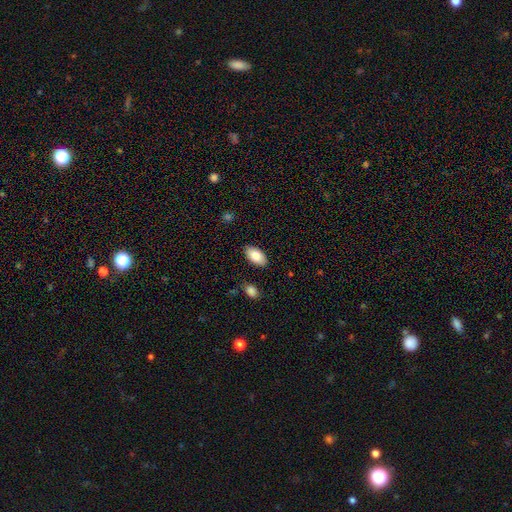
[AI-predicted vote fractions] Smooth or featured: smooth — 81% (featured or disk — 13%)
How rounded: in between — 94% (round — 4%)
Merging: none — 86% (minor disturbance — 10%)